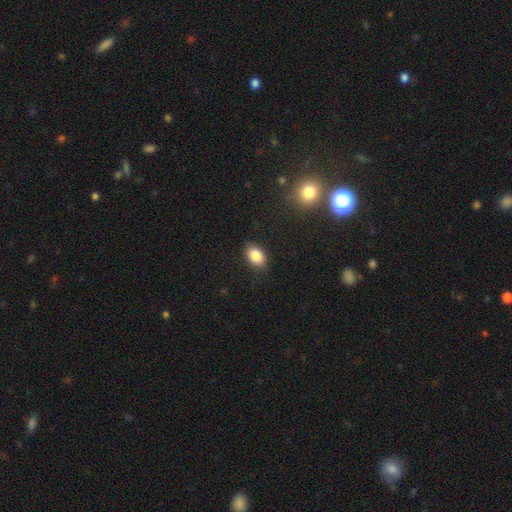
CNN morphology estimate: smooth 85%, star or artifact 9%, featured or disk 6%. Down the decision tree: how rounded — in between (86%); merging — none (86%).